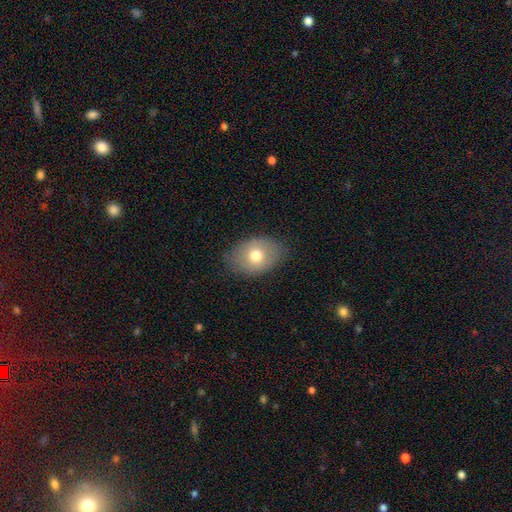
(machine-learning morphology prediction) smooth 70%, featured or disk 21%, star or artifact 8%. Down the decision tree: how rounded — in between (79%); merging — none (80%).